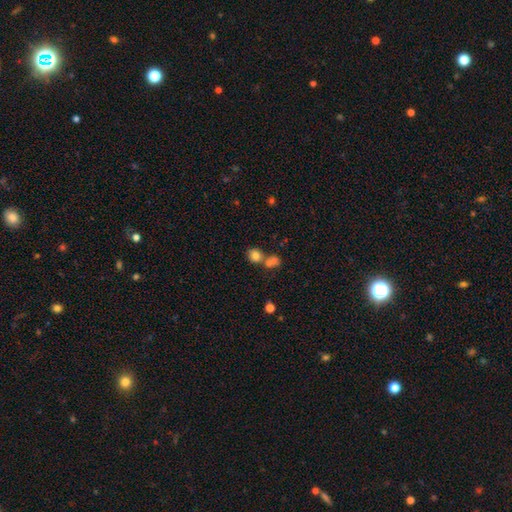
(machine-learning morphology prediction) Smooth or featured: smooth — 78% (star or artifact — 12%)
How rounded: round — 74% (in between — 25%)
Merging: none — 44% (tied with merger — 44%)